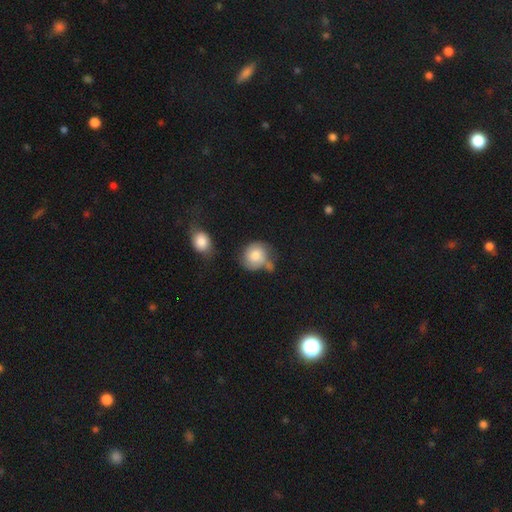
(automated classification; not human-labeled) Morphology: type=smooth (70%); roundness=round (78%); merging=none (43%).